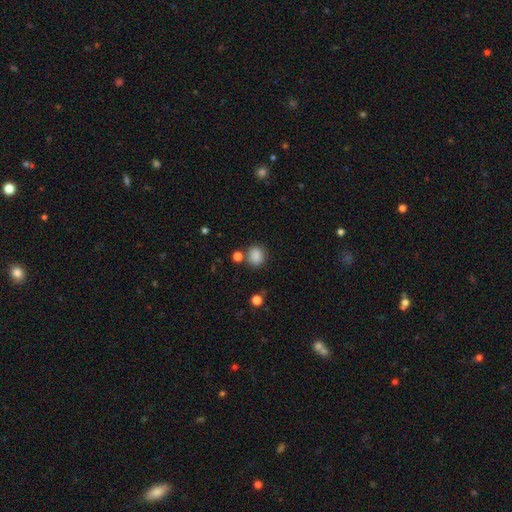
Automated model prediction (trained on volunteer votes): Morphology: type=smooth (85%); roundness=round (75%); merging=none (74%).